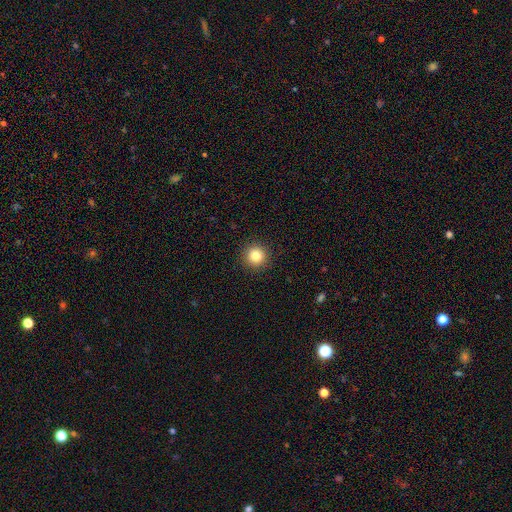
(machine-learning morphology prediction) smooth 83%, star or artifact 11%, featured or disk 6%. Down the decision tree: how rounded — round (96%); merging — none (93%).